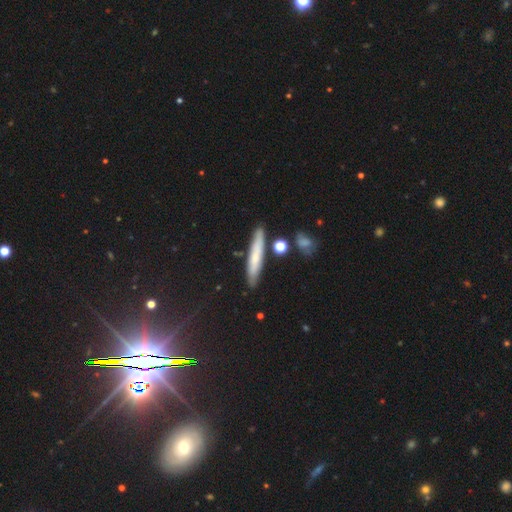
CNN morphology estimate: smooth-or-featured: smooth: 63% | featured or disk: 29% | star or artifact: 8%
  how-rounded: cigar-shaped: 91% | in between: 7% | round: 2%
  merging: none: 81% | minor disturbance: 12% | merger: 5% | major disturbance: 2%